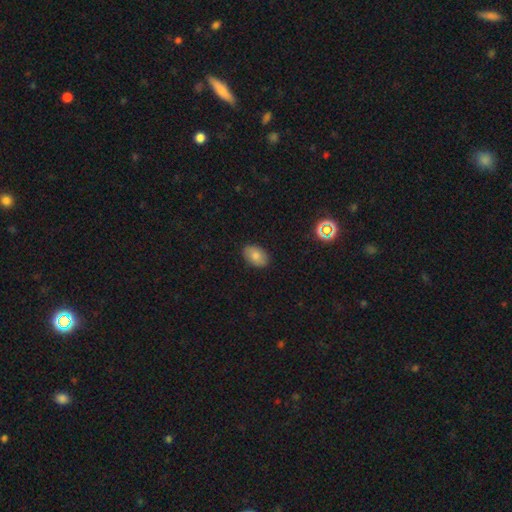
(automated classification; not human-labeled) Smooth or featured: smooth — 81% (featured or disk — 10%)
How rounded: in between — 87% (round — 11%)
Merging: none — 88% (minor disturbance — 9%)